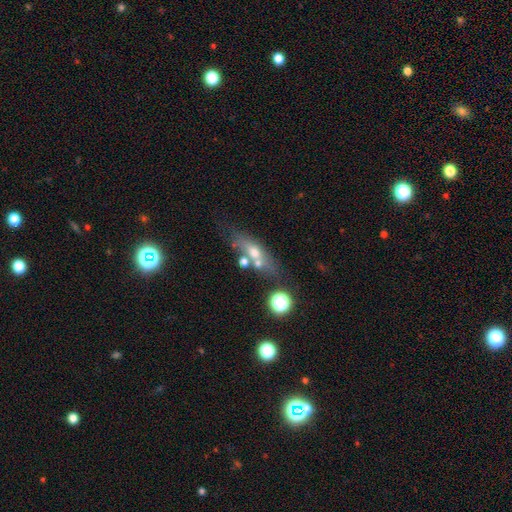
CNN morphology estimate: The model was most divided on "smooth or featured": smooth: 49%, featured or disk: 38%, star or artifact: 14%. More confident: merging — none (56%).